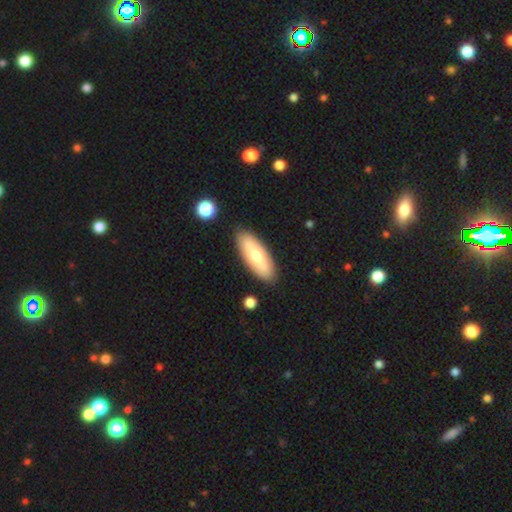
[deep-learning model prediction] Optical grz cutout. It shows a smooth galaxy with no disk features (61%) that is in between round and cigar-shaped (67%). Merging: none (87%).